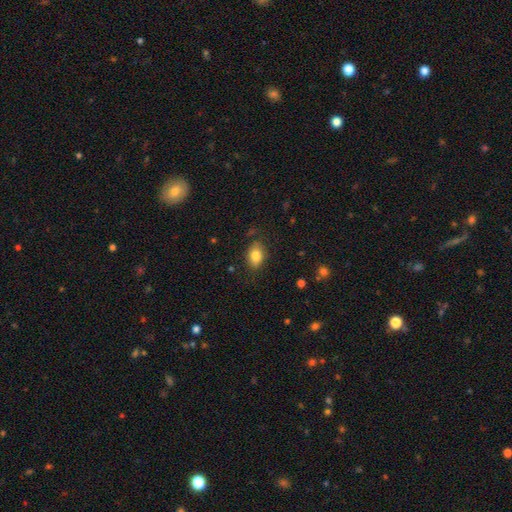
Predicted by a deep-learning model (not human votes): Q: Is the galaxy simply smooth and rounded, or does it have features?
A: smooth — 81%.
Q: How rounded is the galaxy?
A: in between — 79%.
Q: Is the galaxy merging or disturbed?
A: none — 78%.